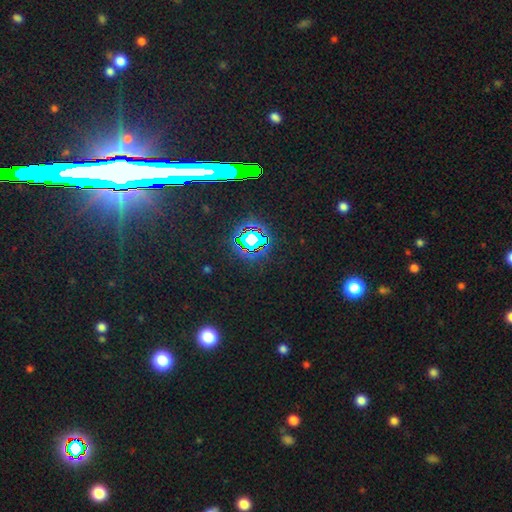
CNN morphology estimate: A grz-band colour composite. It shows a star or artifact, not a galaxy (78%).